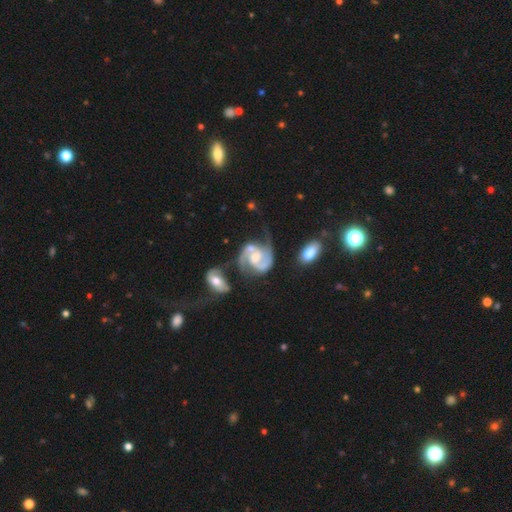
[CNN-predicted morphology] type=featured or disk (90%); edge-on=no (98%); bar=no (46%); spiral arms=yes (98%); winding=medium (57%); arm count=2 (91%); bulge=moderate (54%); merging=none (47%).